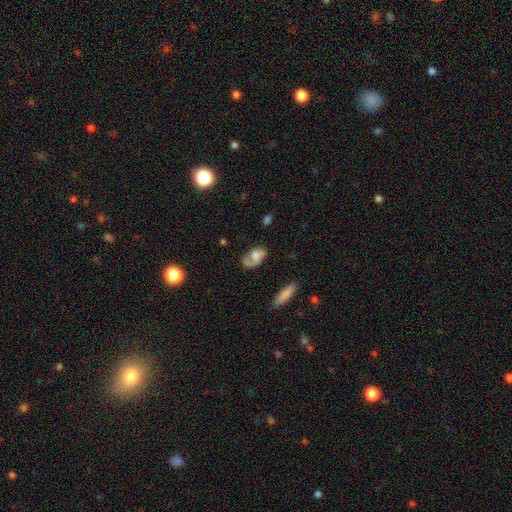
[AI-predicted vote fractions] Smooth or featured?
  - featured or disk: 49% *
  - smooth: 43%
  - star or artifact: 8%
Merging?
  - none: 48% *
  - minor disturbance: 25%
  - major disturbance: 23%
  - merger: 4%